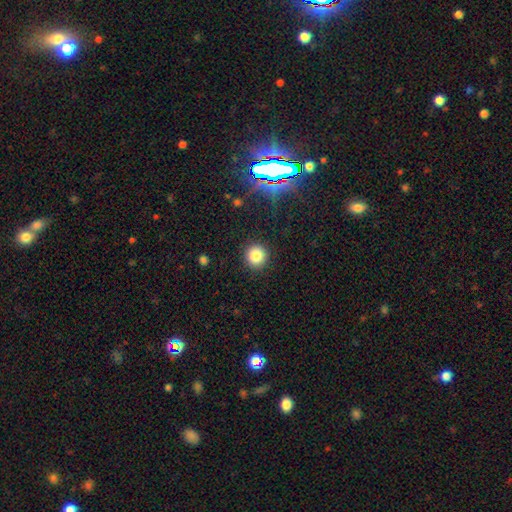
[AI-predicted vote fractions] This is clearly a smooth galaxy (82%). How rounded: clearly round (92%). Merging: clearly none (90%).